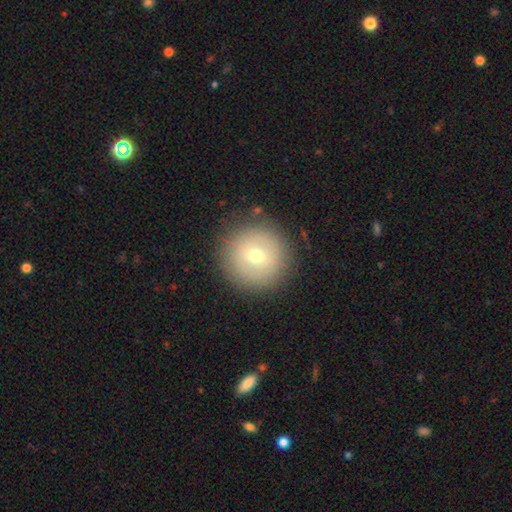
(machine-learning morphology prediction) Smooth or featured: smooth — 63% (featured or disk — 27%)
How rounded: round — 95% (in between — 4%)
Merging: none — 86% (minor disturbance — 8%)